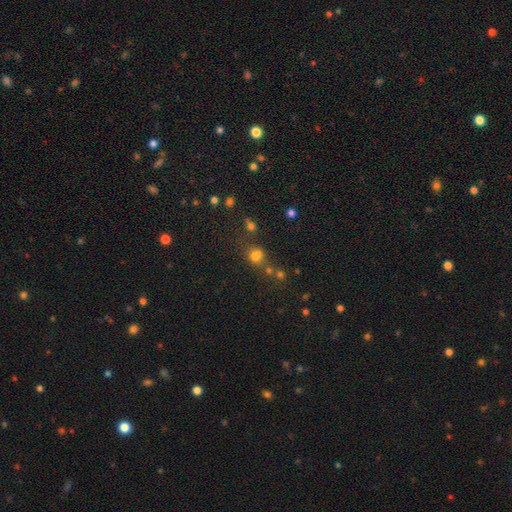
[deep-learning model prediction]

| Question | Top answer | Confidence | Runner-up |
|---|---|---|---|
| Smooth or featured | smooth | 63% | star or artifact (25%) |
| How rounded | round | 67% | in between (31%) |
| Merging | none | 45% | merger (37%) |